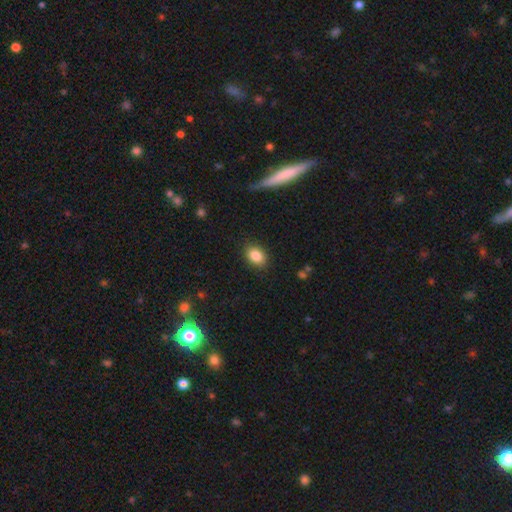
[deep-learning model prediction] Overall: smooth (86%). How rounded: in between (78%). Merging: none (87%).